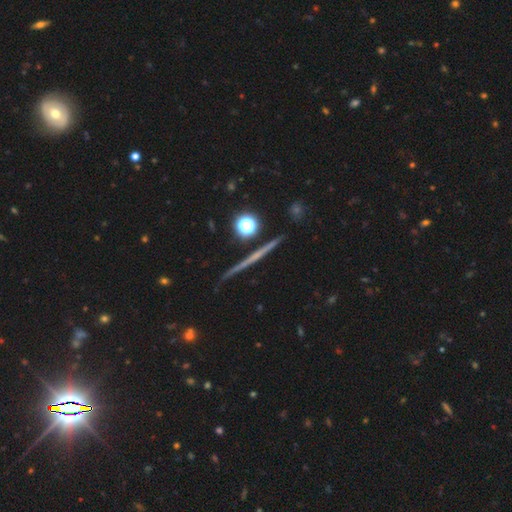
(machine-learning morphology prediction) featured or disk 64%, smooth 24%, star or artifact 12%. Down the decision tree: edge-on disk — yes (97%); edge-on bulge — none (80%); merging — none (90%).